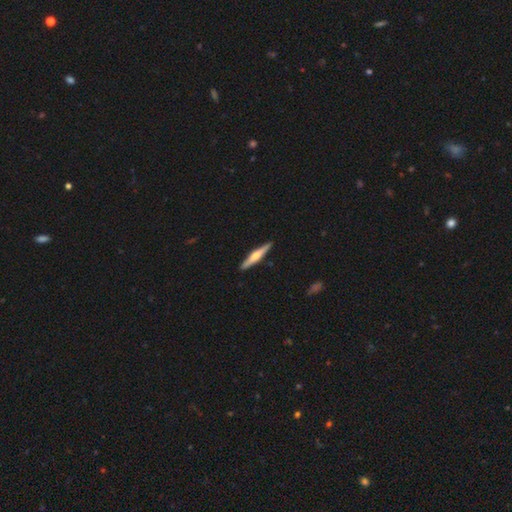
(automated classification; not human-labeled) A featured or disk galaxy (58%) viewed edge-on (97%) with a rounded central bulge (81%).

Vote fractions:
- Smooth or featured? featured or disk: 58% / smooth: 38% / star or artifact: 5%
- Edge-on disk? yes: 97% / no: 3%
- Edge-on bulge? rounded: 81% / boxy: 11% / none: 8%
- Merging? none: 91% / minor disturbance: 6% / major disturbance: 1% / merger: 1%